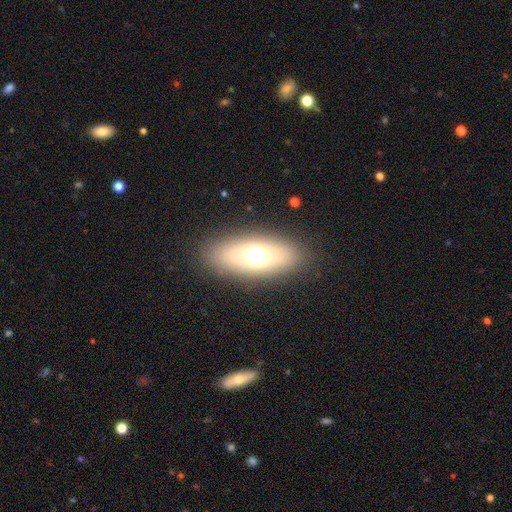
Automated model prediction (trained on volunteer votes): The model was most divided on "smooth or featured": smooth: 57%, featured or disk: 29%, star or artifact: 14%. More confident: merging — none (85%); how rounded — in between (80%).